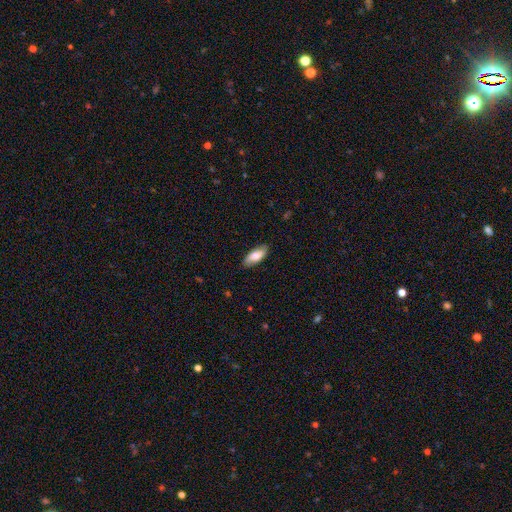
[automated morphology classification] This is likely a smooth galaxy (73%). How rounded: likely in between (79%). Merging: clearly none (86%).